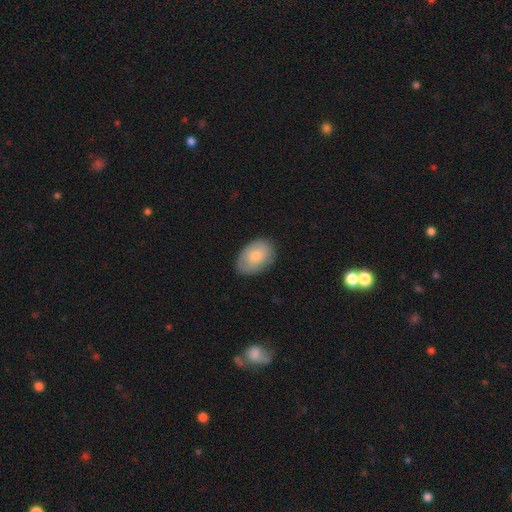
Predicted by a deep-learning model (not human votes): smooth_or_featured: smooth (p=0.76) [alt: featured or disk p=0.18]
how_rounded: in between (p=0.86) [alt: round p=0.13]
merging: none (p=0.79) [alt: minor disturbance p=0.17]